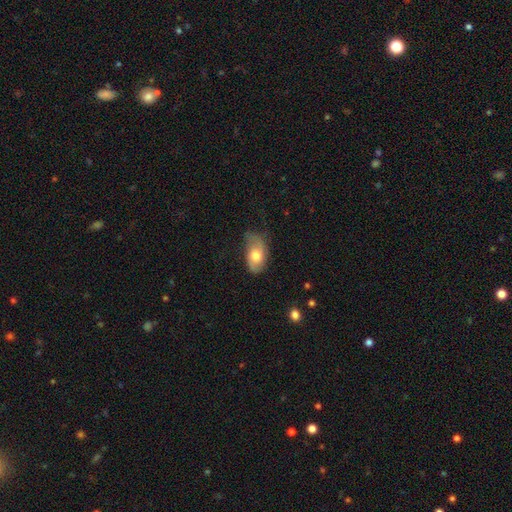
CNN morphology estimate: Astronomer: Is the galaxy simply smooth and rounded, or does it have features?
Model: smooth — 63%.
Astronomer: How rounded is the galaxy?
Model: in between — 90%.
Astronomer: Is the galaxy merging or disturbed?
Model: none — 44% (runner-up: minor disturbance, 39%).